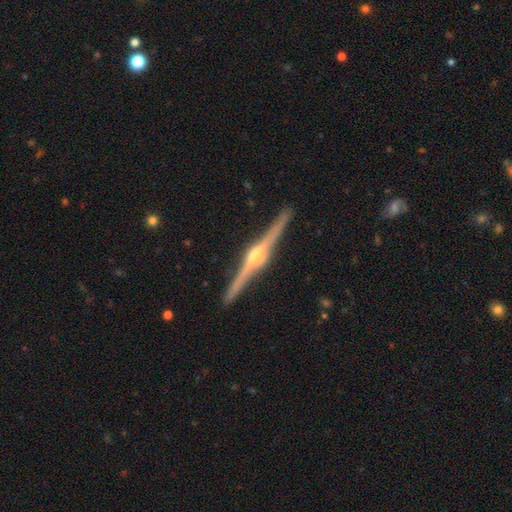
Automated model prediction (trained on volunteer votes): This is clearly a featured or disk galaxy (86%). It is clearly viewed edge-on (98%). Edge-on bulge: clearly rounded (86%). Merging: clearly none (91%).